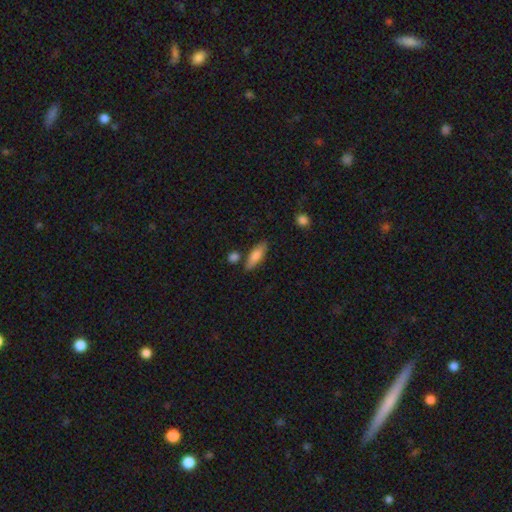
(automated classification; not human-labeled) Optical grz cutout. It shows a smooth galaxy with no disk features (77%) that is in between round and cigar-shaped (53%). Merging: none (77%).